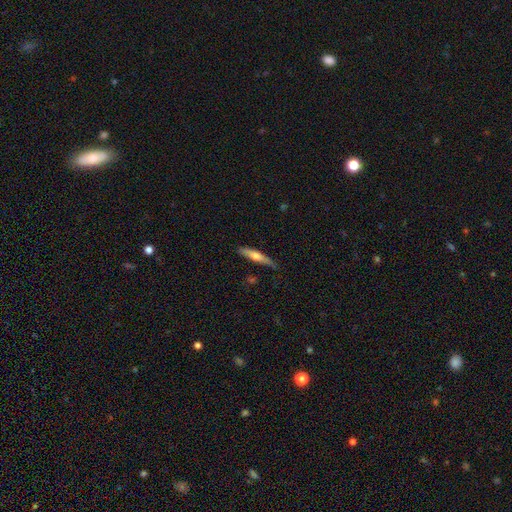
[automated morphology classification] This is possibly a smooth galaxy (53%). How rounded: clearly cigar-shaped (87%). Merging: likely none (77%).